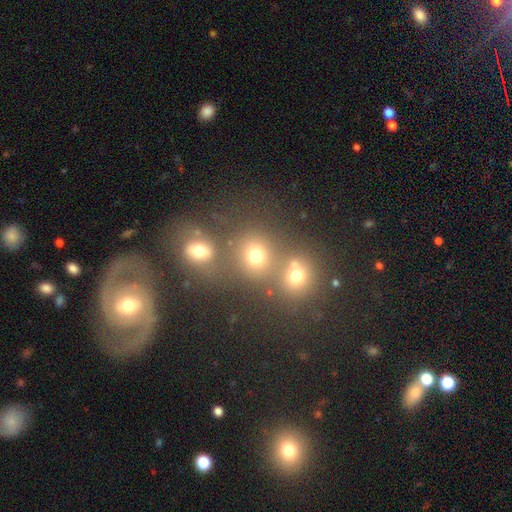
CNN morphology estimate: This is likely a smooth galaxy (72%). How rounded: likely round (79%). Merging: possibly none (54%).